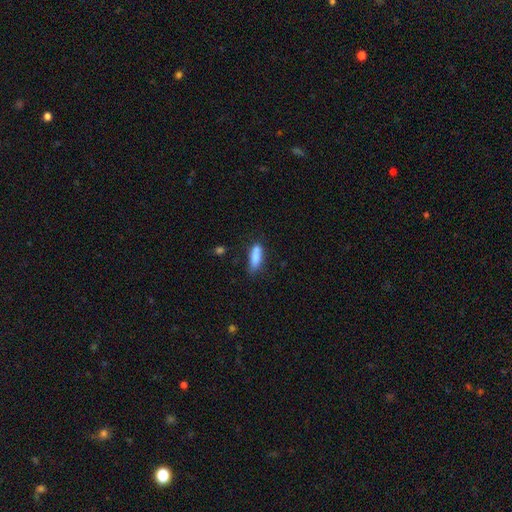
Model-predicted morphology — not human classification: The model was most divided on "how rounded": cigar-shaped: 54%, in between: 44%, round: 2%. More confident: smooth or featured — smooth (84%); merging — none (62%).